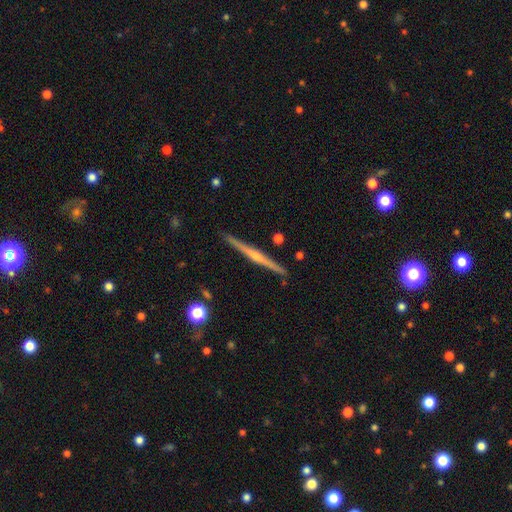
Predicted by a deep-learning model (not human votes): Morphology: type=featured or disk (76%); edge-on=yes (98%); edge-on bulge=rounded (72%); merging=none (91%).